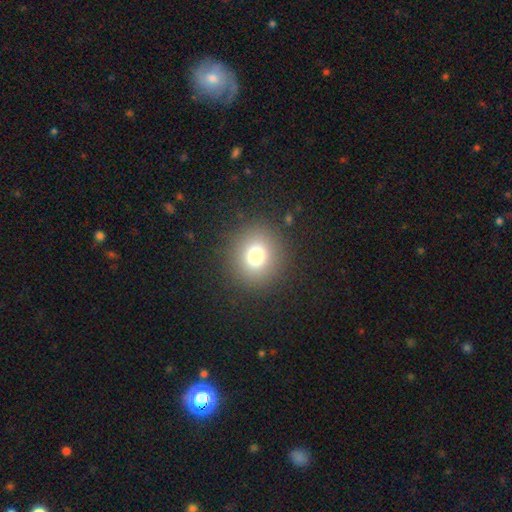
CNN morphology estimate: This appears to be a smooth galaxy with no disk features (75%) that is round (88%). Merging: none (89%).